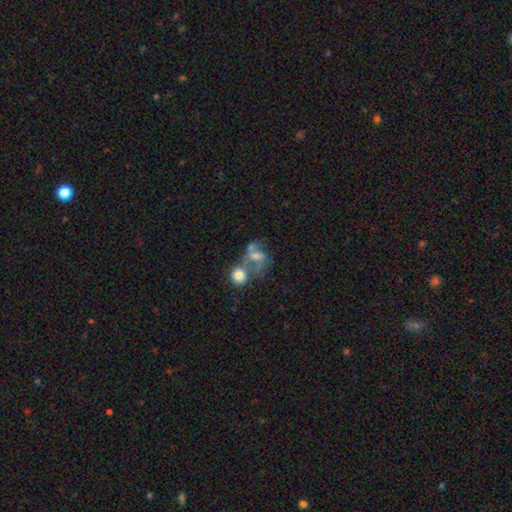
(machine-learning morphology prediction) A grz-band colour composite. It shows a featured or disk galaxy (55%) with no bar (43%), spiral arms (73%) and a moderate central bulge (43%). Merging: merger (43%).